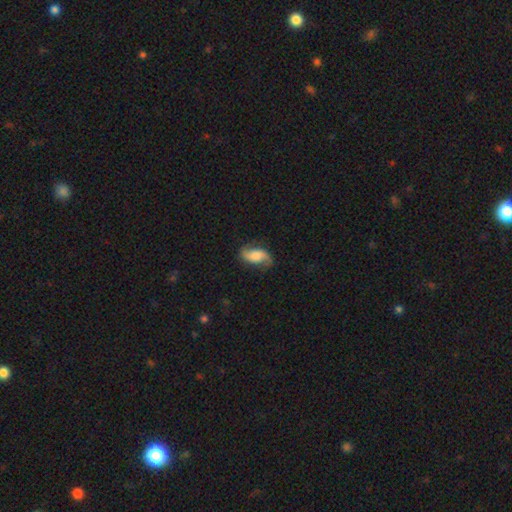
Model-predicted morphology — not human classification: Overall: featured or disk (68%). Edge-on disk: no (96%). Bar: no (57%; weak 32%). Spiral arms: yes (94%). Spiral arm count: 2 (91%). Spiral winding: loose (66%; medium 26%). Bulge size: large (29%; moderate 27%). Merging: none (75%).